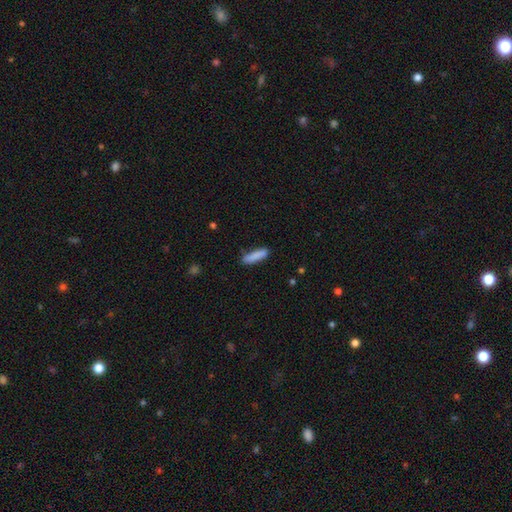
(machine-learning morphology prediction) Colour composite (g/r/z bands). It shows a smooth galaxy with no disk features (87%) that is cigar-shaped (74%). Merging: none (83%).